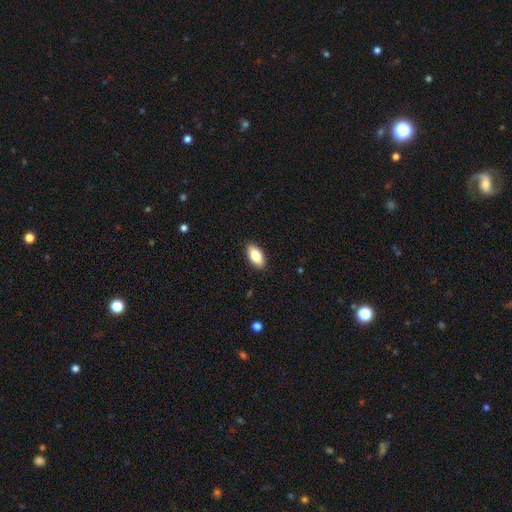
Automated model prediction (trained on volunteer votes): Smooth or featured: smooth — 78% (featured or disk — 15%)
How rounded: in between — 87% (cigar-shaped — 10%)
Merging: none — 90% (minor disturbance — 7%)